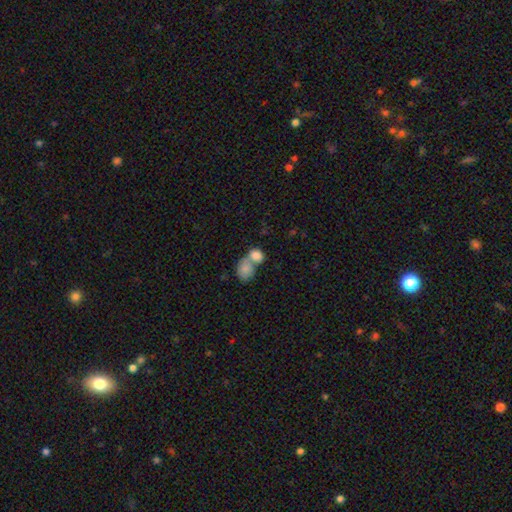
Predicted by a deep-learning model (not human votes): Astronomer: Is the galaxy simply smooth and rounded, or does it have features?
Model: smooth — 83%.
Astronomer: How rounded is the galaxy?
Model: in between — 56% (runner-up: round, 42%).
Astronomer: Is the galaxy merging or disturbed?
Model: merger — 67%.